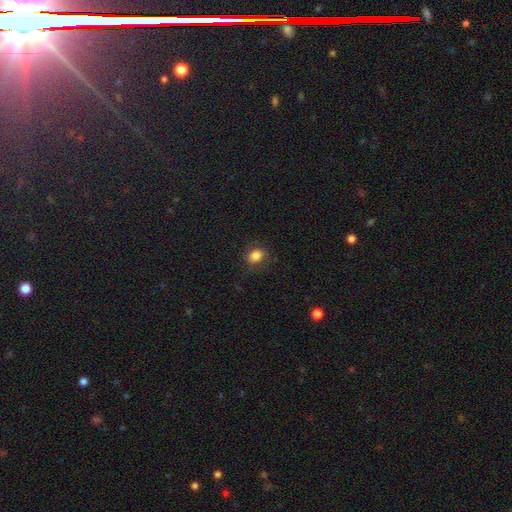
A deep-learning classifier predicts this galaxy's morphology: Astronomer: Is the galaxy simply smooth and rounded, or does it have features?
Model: smooth — 82%.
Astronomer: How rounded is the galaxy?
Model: in between — 54% (runner-up: round, 45%).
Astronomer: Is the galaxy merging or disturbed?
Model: none — 80%.